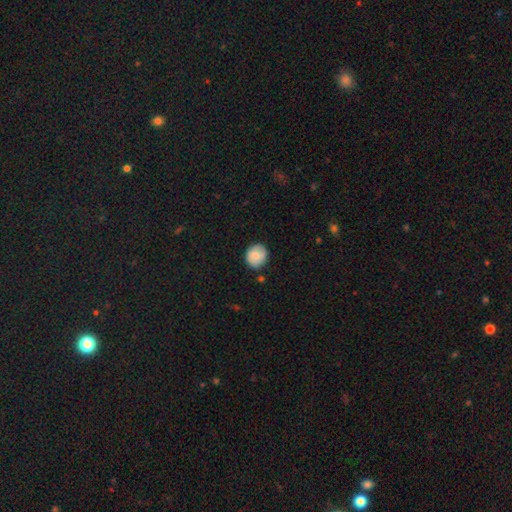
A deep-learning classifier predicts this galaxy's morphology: Overall: smooth (78%). How rounded: round (81%). Merging: none (81%).